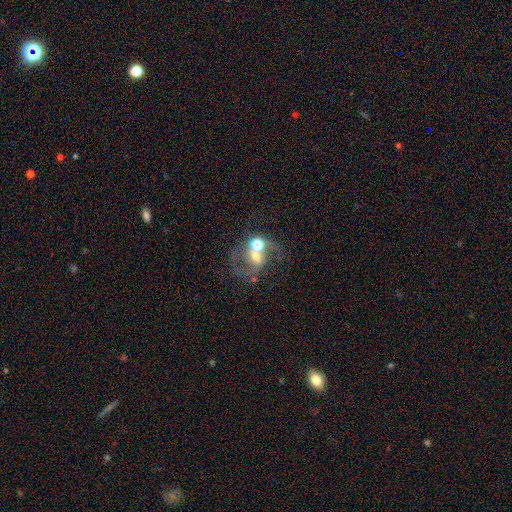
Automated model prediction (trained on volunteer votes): A featured or disk galaxy (64%) with no bar (43%), spiral arms (79%) and a moderate central bulge (52%). Merging: merger (41%).